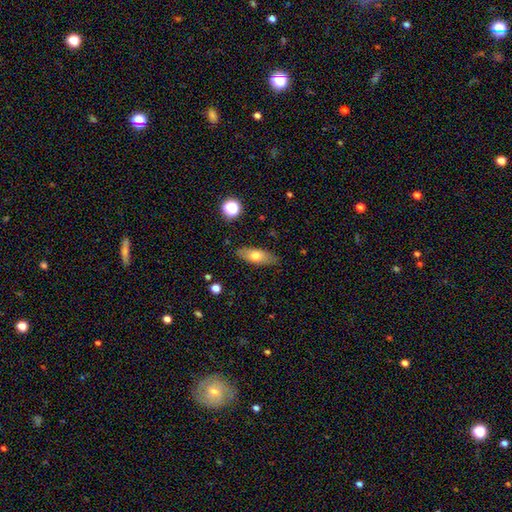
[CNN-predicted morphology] smooth-or-featured: smooth: 67% | featured or disk: 26% | star or artifact: 7%
  how-rounded: in between: 71% | cigar-shaped: 25% | round: 4%
  merging: none: 84% | minor disturbance: 12% | major disturbance: 2% | merger: 1%